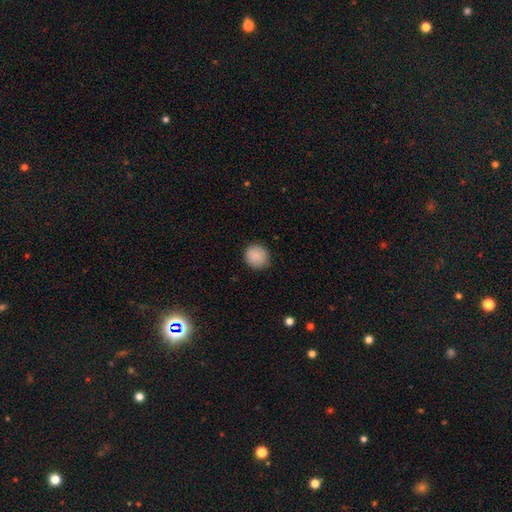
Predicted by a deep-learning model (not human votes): This appears to be a smooth galaxy with no disk features (89%) that is round (90%). Merging: none (85%).